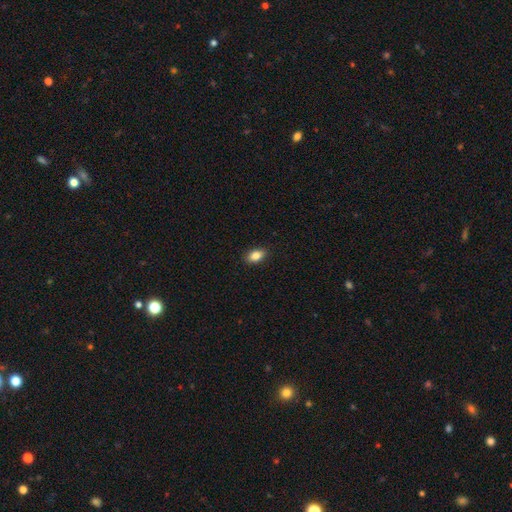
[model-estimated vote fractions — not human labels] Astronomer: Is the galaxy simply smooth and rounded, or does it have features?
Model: smooth — 86%.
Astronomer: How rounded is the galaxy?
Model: in between — 88%.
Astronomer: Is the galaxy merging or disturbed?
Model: none — 89%.